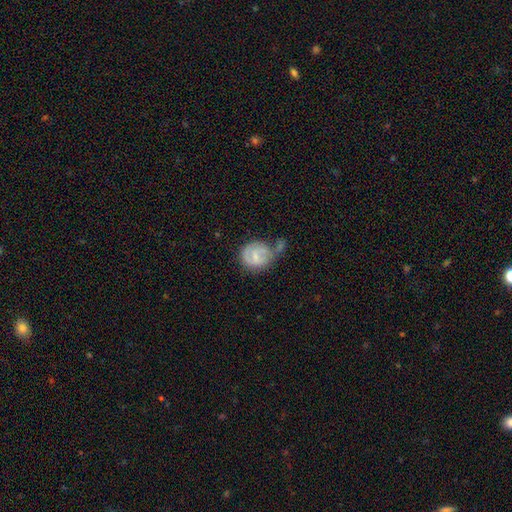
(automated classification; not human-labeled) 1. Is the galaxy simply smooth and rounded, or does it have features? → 52% featured or disk, 41% smooth, 7% star or artifact.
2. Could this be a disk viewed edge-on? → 97% no, 3% yes.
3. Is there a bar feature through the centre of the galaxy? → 54% weak, 31% no, 15% strong.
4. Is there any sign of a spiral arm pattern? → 73% yes, 27% no.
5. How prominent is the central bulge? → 49% small, 31% moderate, 16% none, 2% large, 1% dominant.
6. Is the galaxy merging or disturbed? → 32% none, 25% minor disturbance, 25% merger, 18% major disturbance.